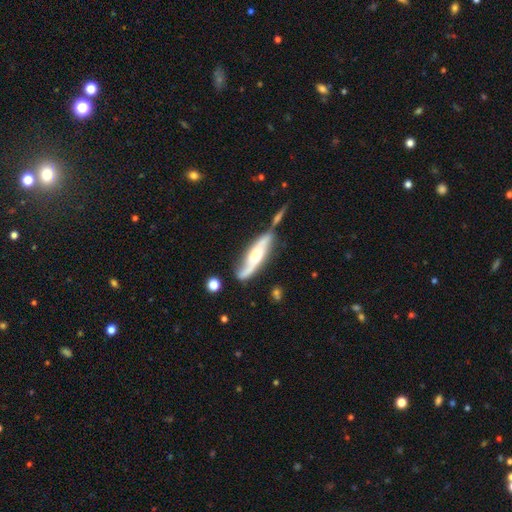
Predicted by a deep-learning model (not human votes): Smooth or featured? Predicted: featured or disk (p=0.66). Edge-on disk? Predicted: no (p=0.64). Merging? Predicted: none (p=0.45).